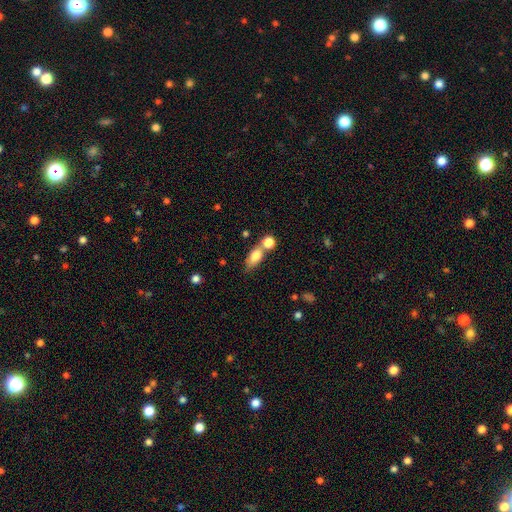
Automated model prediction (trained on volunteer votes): A smooth galaxy with no disk features (76%) that is in between round and cigar-shaped (72%).

Vote fractions:
- Smooth or featured? smooth: 76% / featured or disk: 16% / star or artifact: 8%
- How rounded? in between: 72% / cigar-shaped: 16% / round: 12%
- Merging? none: 47% / merger: 36% / minor disturbance: 13% / major disturbance: 5%